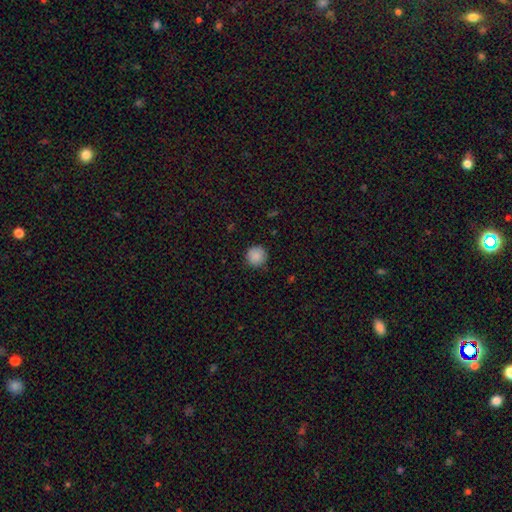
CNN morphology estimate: Smooth or featured? Predicted: smooth (p=0.88). How rounded? Predicted: round (p=0.95). Merging? Predicted: none (p=0.89).